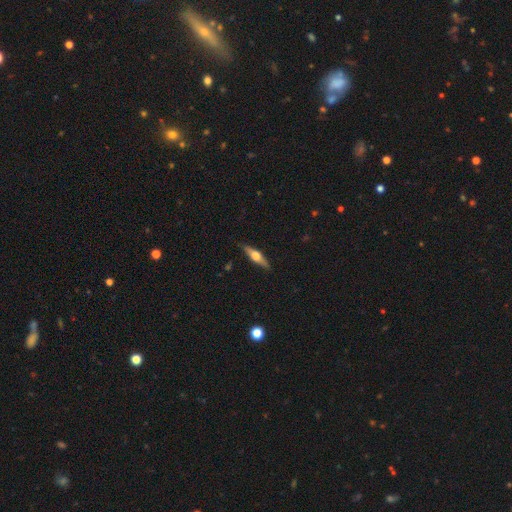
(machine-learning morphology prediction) type=featured or disk (61%); edge-on=yes (95%); edge-on bulge=rounded (93%); merging=none (87%).